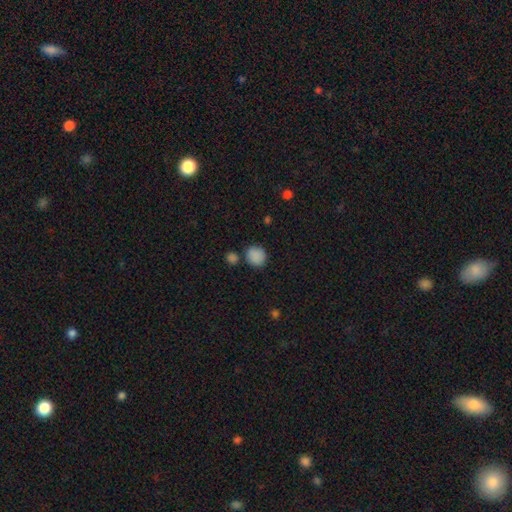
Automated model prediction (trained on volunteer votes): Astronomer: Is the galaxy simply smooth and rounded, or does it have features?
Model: smooth — 87%.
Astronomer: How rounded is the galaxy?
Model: round — 78%.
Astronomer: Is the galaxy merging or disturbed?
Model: none — 75%.